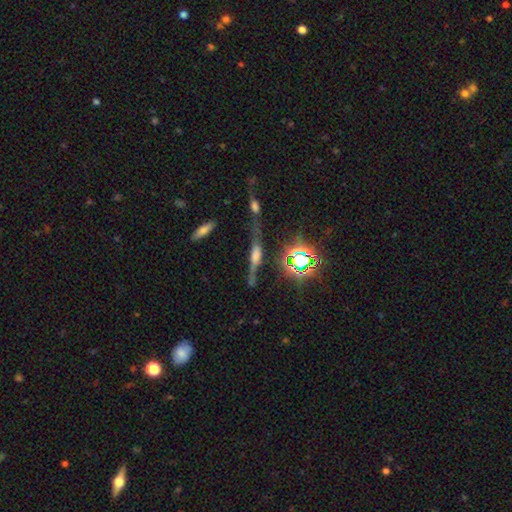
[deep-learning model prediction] This appears to be a featured or disk galaxy (52%) viewed edge-on (79%). Merging: none (46%).